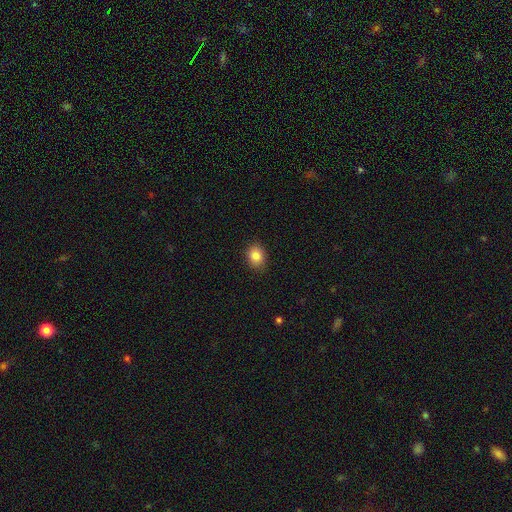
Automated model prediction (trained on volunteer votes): smooth-or-featured: smooth: 86% | star or artifact: 9% | featured or disk: 5%
  how-rounded: round: 50% | in between: 49% | cigar-shaped: 1%
  merging: none: 88% | minor disturbance: 9% | major disturbance: 2% | merger: 1%